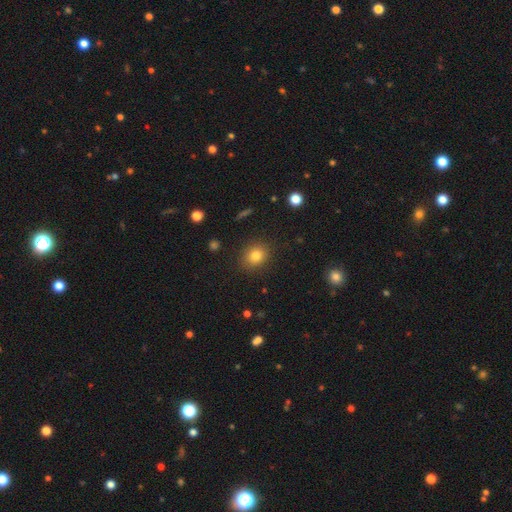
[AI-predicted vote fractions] Smooth or featured: smooth — 81% (star or artifact — 12%)
How rounded: round — 68% (in between — 31%)
Merging: none — 87% (minor disturbance — 9%)